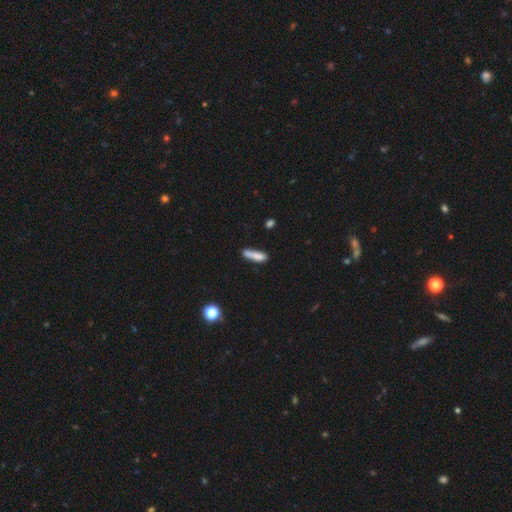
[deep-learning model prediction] Smooth or featured: smooth — 79% (featured or disk — 13%)
How rounded: cigar-shaped — 75% (in between — 23%)
Merging: none — 58% (minor disturbance — 24%)